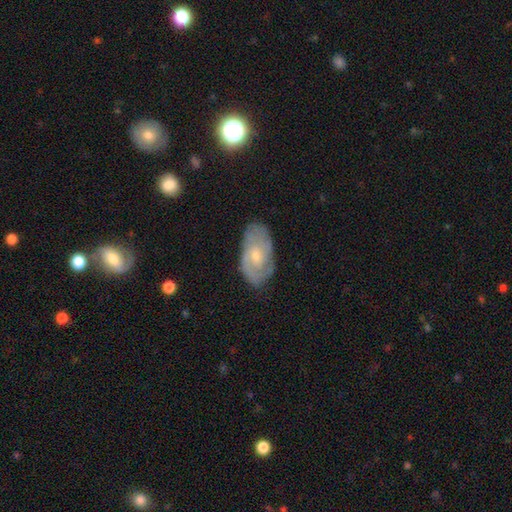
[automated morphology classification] Smooth or featured? Predicted: featured or disk (p=0.68). Edge-on disk? Predicted: no (p=0.94). Bar? Predicted: no (p=0.66). Spiral arms? Predicted: yes (p=0.85). Spiral winding? Predicted: tight (p=0.53). Spiral arm count? Predicted: 2 (p=0.40). Bulge size? Predicted: small (p=0.61). Merging? Predicted: none (p=0.74).